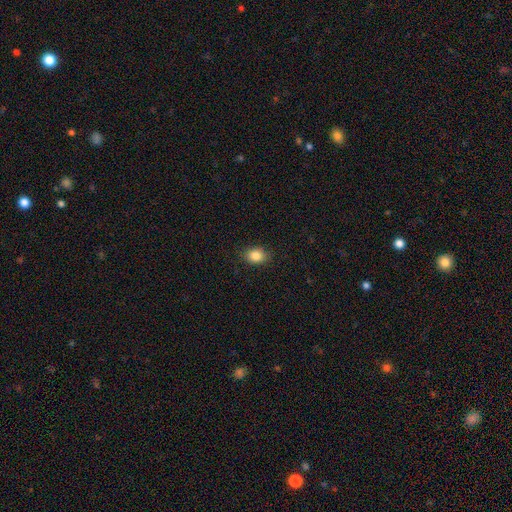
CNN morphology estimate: This is clearly a smooth galaxy (85%). How rounded: likely in between (63%). Merging: clearly none (87%).